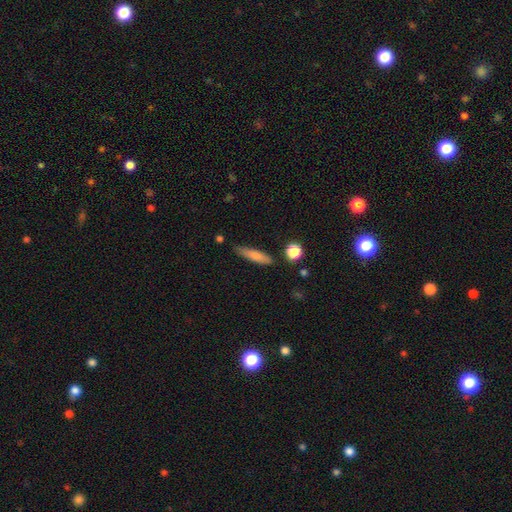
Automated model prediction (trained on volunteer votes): This is likely a smooth galaxy (78%). How rounded: likely cigar-shaped (79%). Merging: likely none (78%).